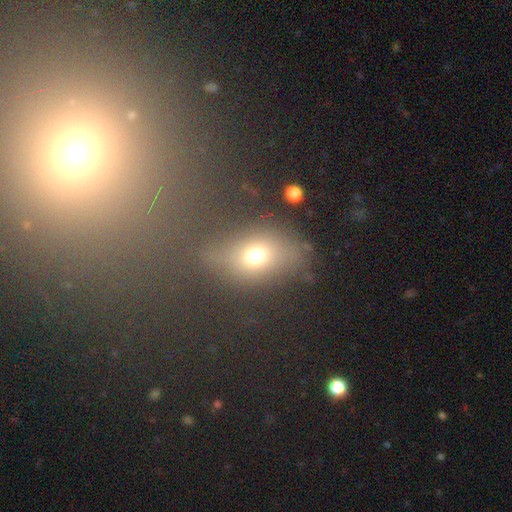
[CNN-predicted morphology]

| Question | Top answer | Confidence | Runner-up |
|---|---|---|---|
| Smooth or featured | smooth | 64% | star or artifact (19%) |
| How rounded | in between | 62% | round (33%) |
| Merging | none | 51% | major disturbance (19%) |